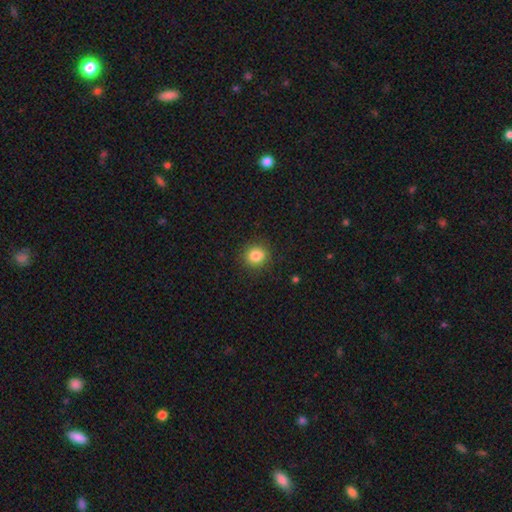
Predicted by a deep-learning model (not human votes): Smooth or featured: smooth — 83% (star or artifact — 11%)
How rounded: round — 86% (in between — 13%)
Merging: none — 89% (minor disturbance — 8%)